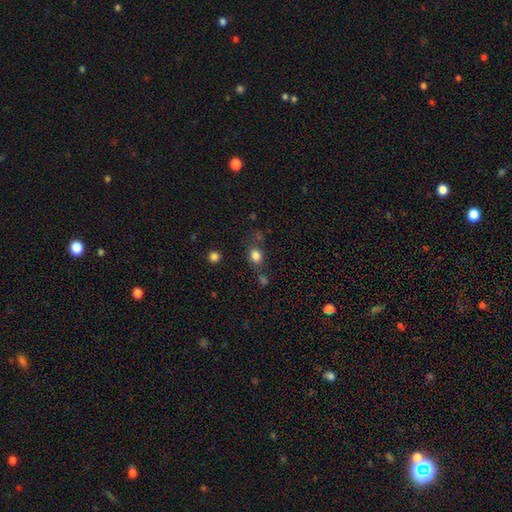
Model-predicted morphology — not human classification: Smooth or featured: smooth — 81% (star or artifact — 12%)
How rounded: round — 54% (in between — 45%)
Merging: none — 65% (minor disturbance — 17%)